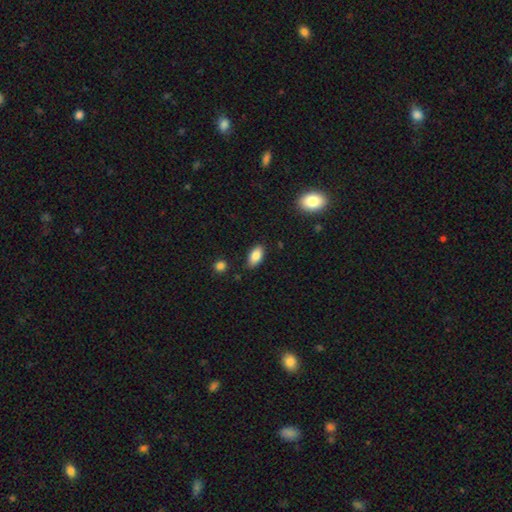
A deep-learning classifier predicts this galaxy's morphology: smooth 85%, featured or disk 8%, star or artifact 8%. Down the decision tree: how rounded — in between (91%); merging — none (83%).